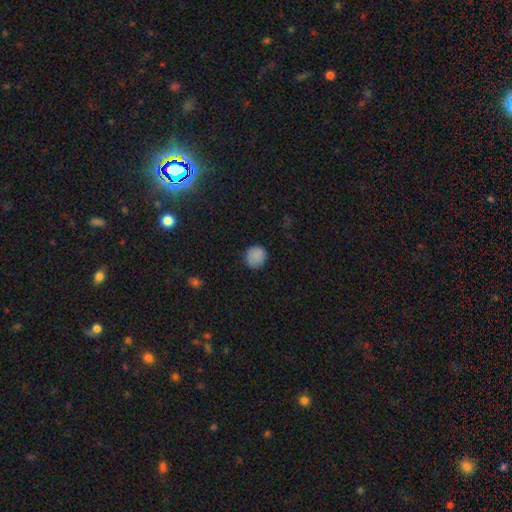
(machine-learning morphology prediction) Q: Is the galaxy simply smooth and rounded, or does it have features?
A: smooth — 86%.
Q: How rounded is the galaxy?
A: round — 88%.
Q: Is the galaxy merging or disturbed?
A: none — 86%.